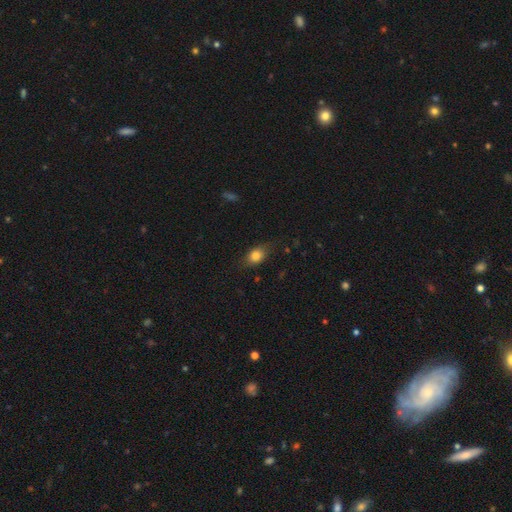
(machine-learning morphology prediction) Overall: smooth (80%). How rounded: in between (67%; round 29%). Merging: none (73%).